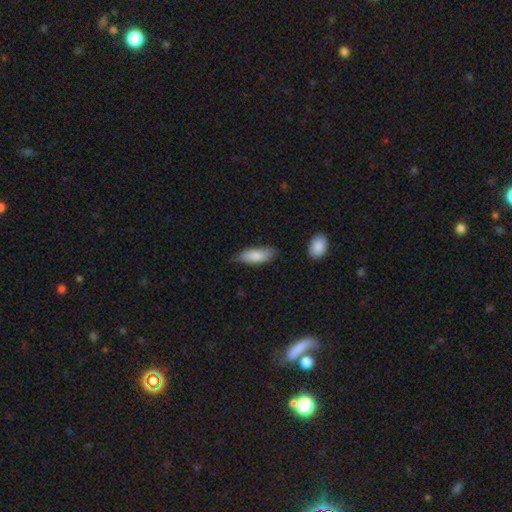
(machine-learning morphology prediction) This is clearly a smooth galaxy (83%). How rounded: likely in between (71%). Merging: likely none (72%).